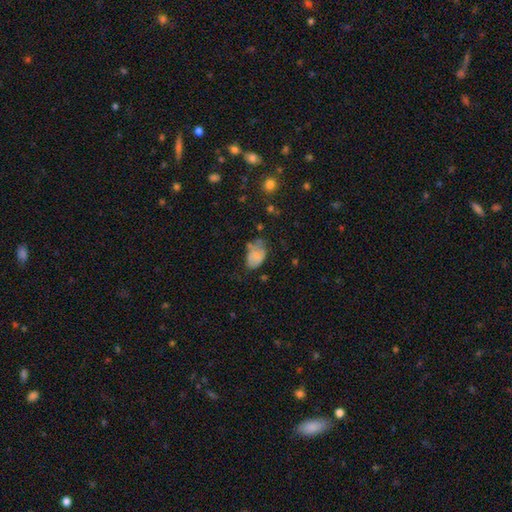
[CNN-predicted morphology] smooth_or_featured: smooth (p=0.72) [alt: featured or disk p=0.19]
how_rounded: in between (p=0.84) [alt: round p=0.15]
merging: none (p=0.40) [alt: minor disturbance p=0.37]